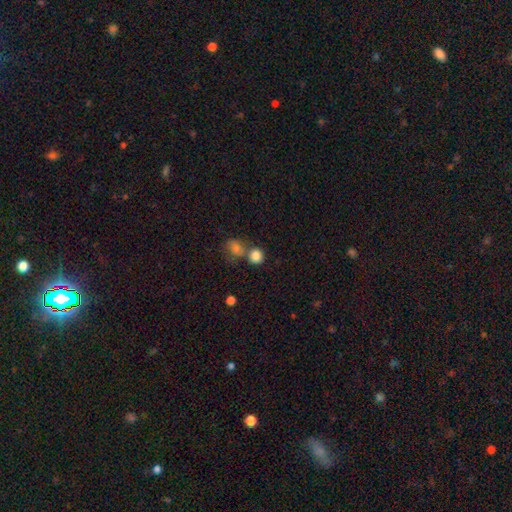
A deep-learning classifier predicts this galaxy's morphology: A smooth galaxy with no disk features (84%) that is round (84%). Merging: none (50%).